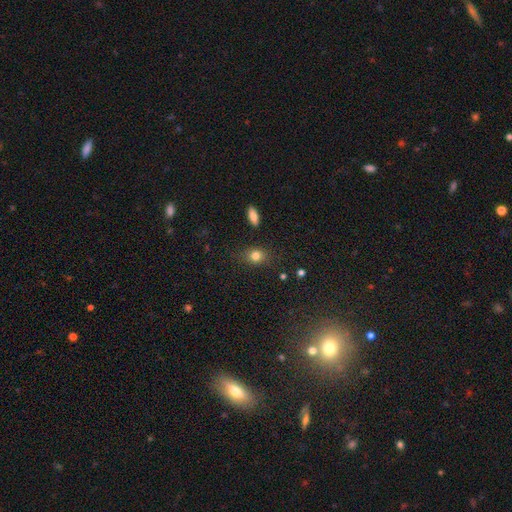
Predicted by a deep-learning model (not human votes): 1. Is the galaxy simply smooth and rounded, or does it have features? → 81% smooth, 11% star or artifact, 8% featured or disk.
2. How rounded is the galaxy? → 54% round, 44% in between, 2% cigar-shaped.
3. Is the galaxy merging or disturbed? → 81% none, 13% minor disturbance, 4% major disturbance, 2% merger.